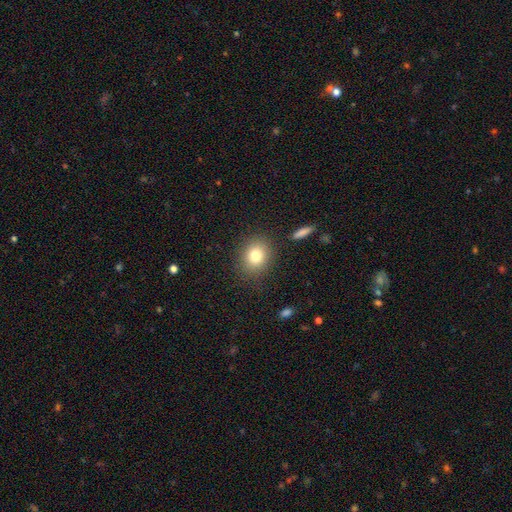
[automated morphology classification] smooth_or_featured: smooth (p=0.79) [alt: star or artifact p=0.11]
how_rounded: round (p=0.60) [alt: in between p=0.39]
merging: none (p=0.85) [alt: minor disturbance p=0.10]